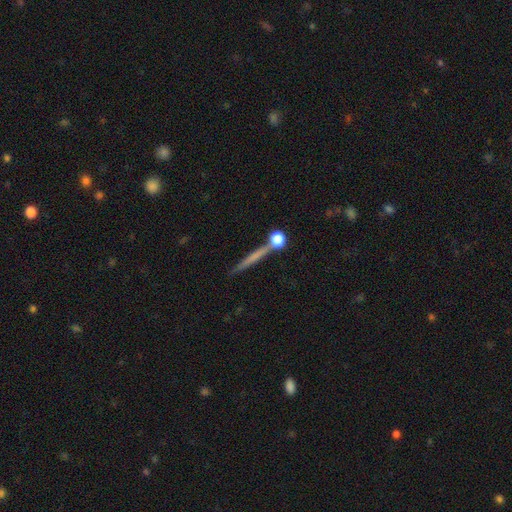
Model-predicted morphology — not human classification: type=smooth (49%); merging=none (75%).